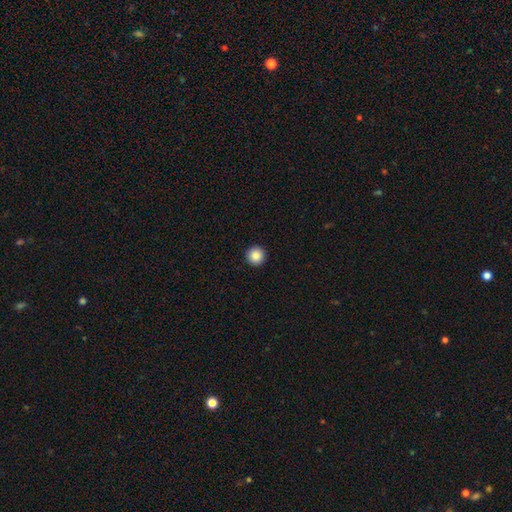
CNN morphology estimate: A smooth galaxy with no disk features (88%) that is round (97%). Merging: none (94%).